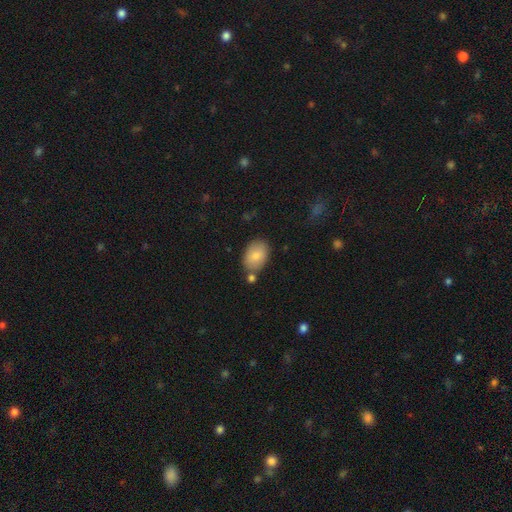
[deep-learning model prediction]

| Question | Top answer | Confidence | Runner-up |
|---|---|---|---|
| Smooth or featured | smooth | 83% | featured or disk (10%) |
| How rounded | in between | 85% | round (14%) |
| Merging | none | 74% | minor disturbance (14%) |